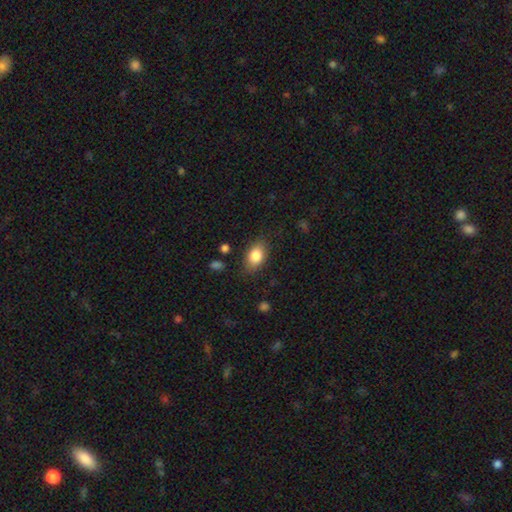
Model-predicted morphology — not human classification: Smooth or featured? smooth (83%)
How rounded? in between (85%)
Merging? none (80%)